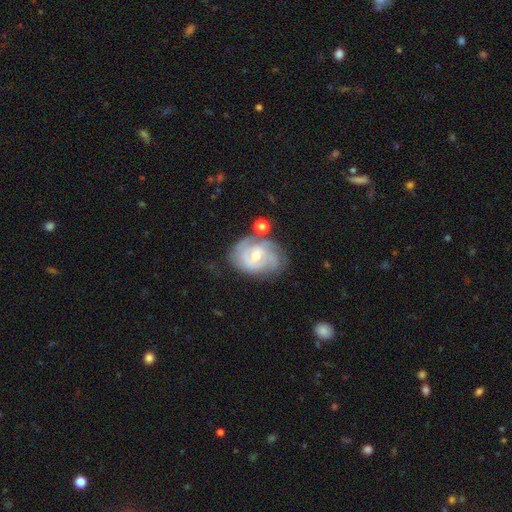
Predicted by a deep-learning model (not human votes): smooth_or_featured: featured or disk (p=0.82) [alt: smooth p=0.11]
disk_edge_on: no (p=0.97) [alt: yes p=0.03]
bar: no (p=0.46) [alt: weak p=0.44]
has_spiral_arms: yes (p=0.94) [alt: no p=0.06]
spiral_winding: tight (p=0.59) [alt: medium p=0.33]
spiral_arm_count: 3 (p=0.31) [alt: can't tell p=0.27]
bulge_size: moderate (p=0.56) [alt: small p=0.41]
merging: none (p=0.63) [alt: minor disturbance p=0.21]